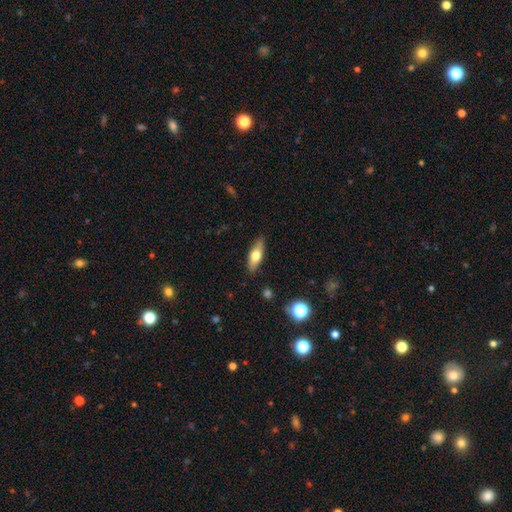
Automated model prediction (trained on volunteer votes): smooth_or_featured: smooth (p=0.61) [alt: featured or disk p=0.33]
how_rounded: in between (p=0.57) [alt: cigar-shaped p=0.40]
merging: none (p=0.87) [alt: minor disturbance p=0.10]